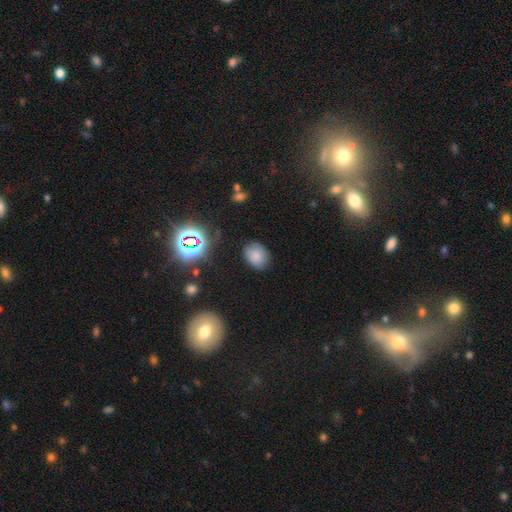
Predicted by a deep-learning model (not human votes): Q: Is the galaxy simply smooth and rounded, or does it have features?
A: smooth — 77%.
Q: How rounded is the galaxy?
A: in between — 66%.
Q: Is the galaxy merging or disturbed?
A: none — 79%.